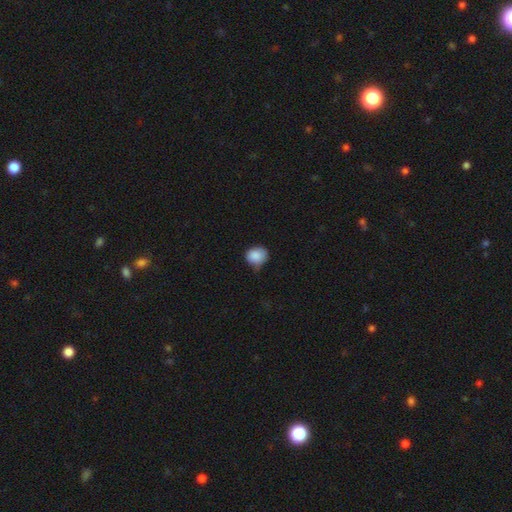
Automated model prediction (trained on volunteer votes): The model was most divided on "merging": none: 51%, minor disturbance: 40%, major disturbance: 7%, merger: 3%. More confident: smooth or featured — smooth (86%); how rounded — round (70%).